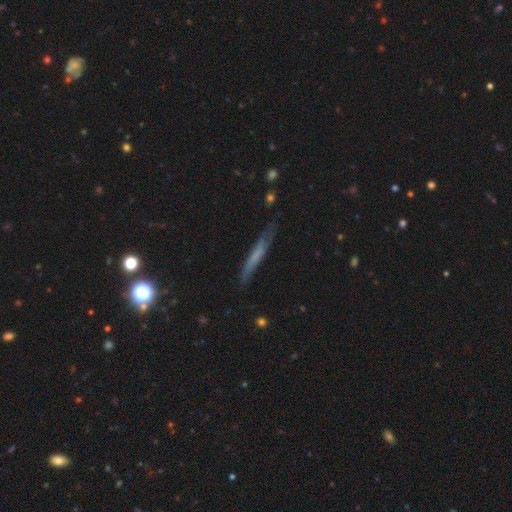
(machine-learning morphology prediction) Q: Smooth or featured?
A: smooth (50%); runner-up: featured or disk (41%)
Q: Merging?
A: none (72%); runner-up: minor disturbance (21%)